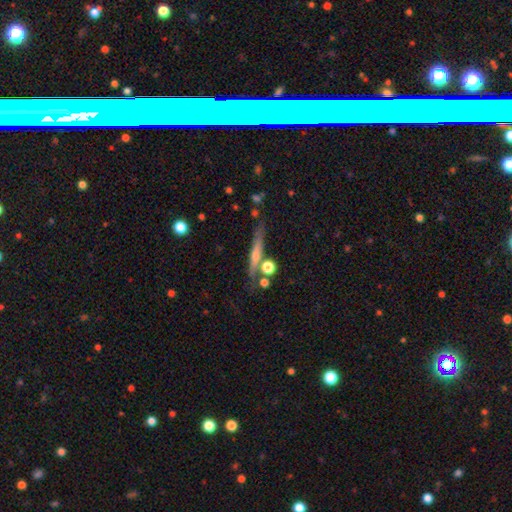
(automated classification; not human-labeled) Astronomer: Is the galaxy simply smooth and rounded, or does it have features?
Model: featured or disk — 55% (runner-up: smooth, 37%).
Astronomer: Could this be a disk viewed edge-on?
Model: yes — 92%.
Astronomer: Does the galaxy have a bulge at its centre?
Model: rounded — 62%.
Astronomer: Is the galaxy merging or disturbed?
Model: none — 74%.